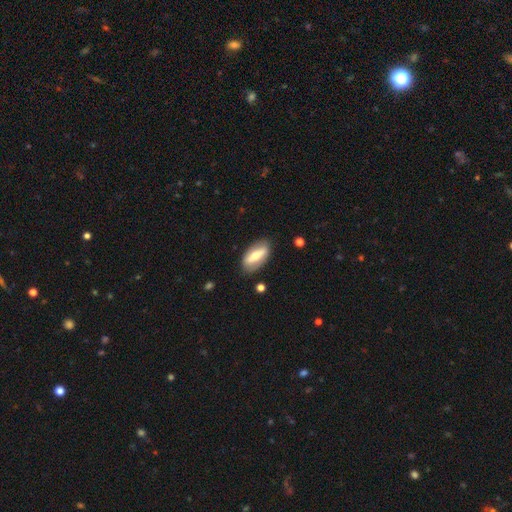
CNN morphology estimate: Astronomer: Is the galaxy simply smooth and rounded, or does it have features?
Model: smooth — 50% (runner-up: featured or disk, 44%).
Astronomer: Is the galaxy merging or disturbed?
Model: none — 83%.